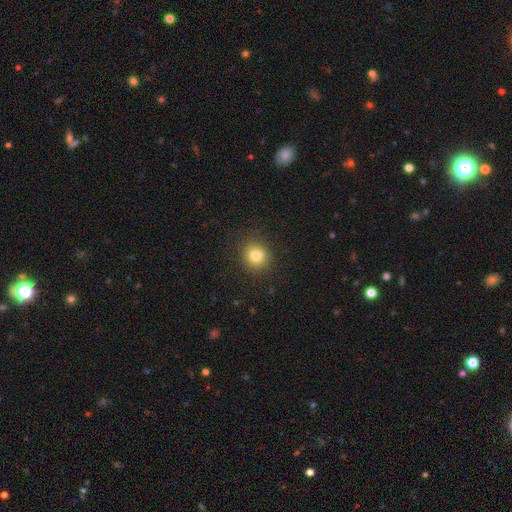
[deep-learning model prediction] Smooth or featured? smooth (79%)
How rounded? round (88%)
Merging? none (88%)